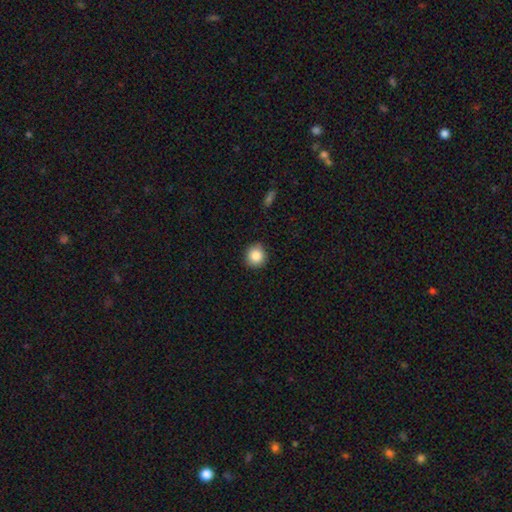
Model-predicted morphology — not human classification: Smooth or featured? smooth (87%)
How rounded? round (92%)
Merging? none (89%)